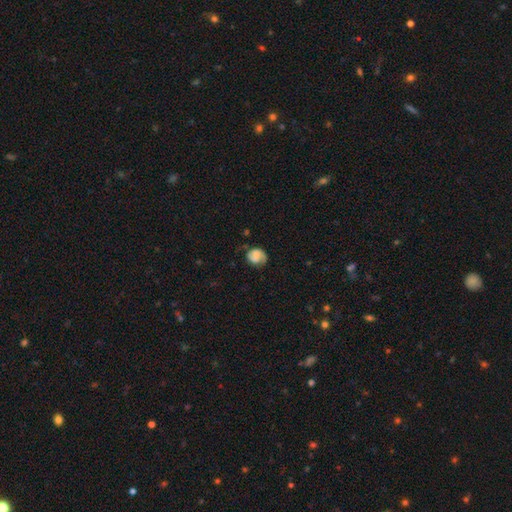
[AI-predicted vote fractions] The model was most divided on "smooth or featured": smooth: 47%, featured or disk: 44%, star or artifact: 9%. More confident: merging — none (56%).